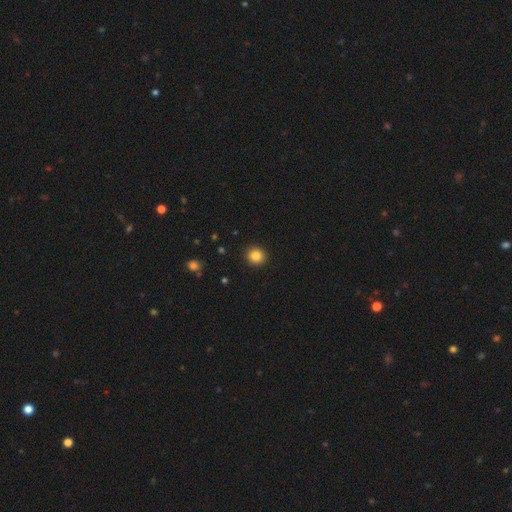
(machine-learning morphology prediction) A smooth galaxy with no disk features (85%) that is round (88%).

Vote fractions:
- Smooth or featured? smooth: 85% / star or artifact: 10% / featured or disk: 5%
- How rounded? round: 88% / in between: 11% / cigar-shaped: 1%
- Merging? none: 92% / minor disturbance: 5% / major disturbance: 2% / merger: 1%